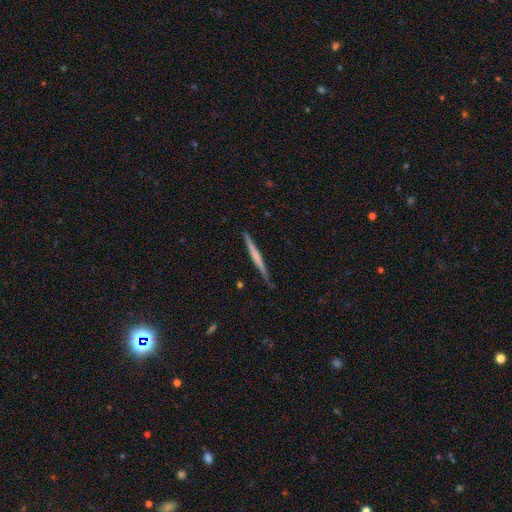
Volunteers were most divided on "smooth or featured": featured or disk: 62%, smooth: 33%, star or artifact: 5%. More confident: edge-on disk — yes (100%); merging — none (89%); edge-on bulge — none (71%).